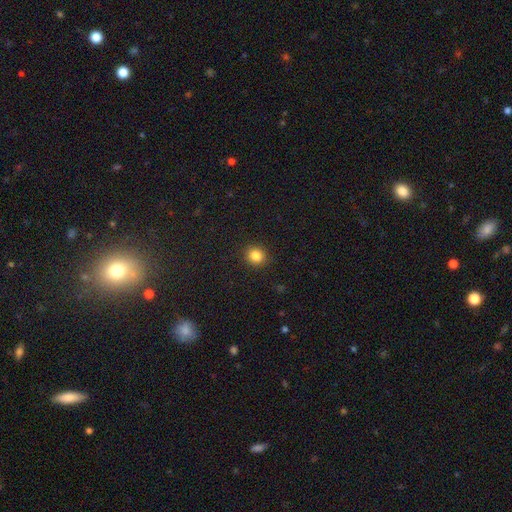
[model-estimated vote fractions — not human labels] Smooth or featured?
  - smooth: 84% *
  - star or artifact: 11%
  - featured or disk: 5%
How rounded?
  - round: 85% *
  - in between: 14%
  - cigar-shaped: 1%
Merging?
  - none: 92% *
  - minor disturbance: 5%
  - major disturbance: 2%
  - merger: 1%